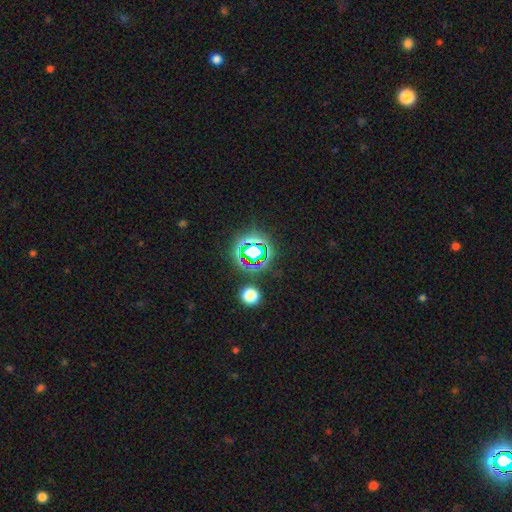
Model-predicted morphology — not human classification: star or artifact 69%, smooth 20%, featured or disk 11%.